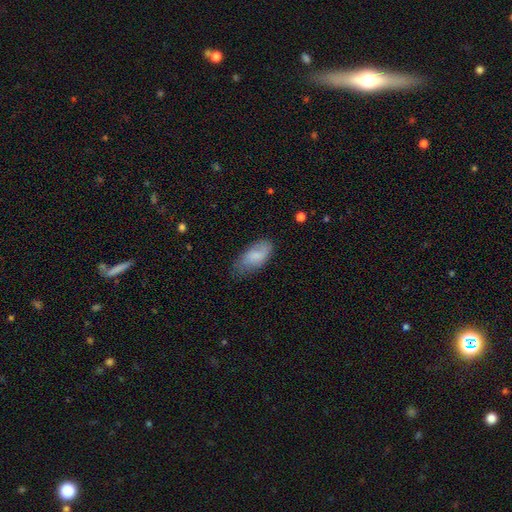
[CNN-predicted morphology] Smooth or featured? Predicted: smooth (p=0.77). How rounded? Predicted: in between (p=0.91). Merging? Predicted: none (p=0.60).